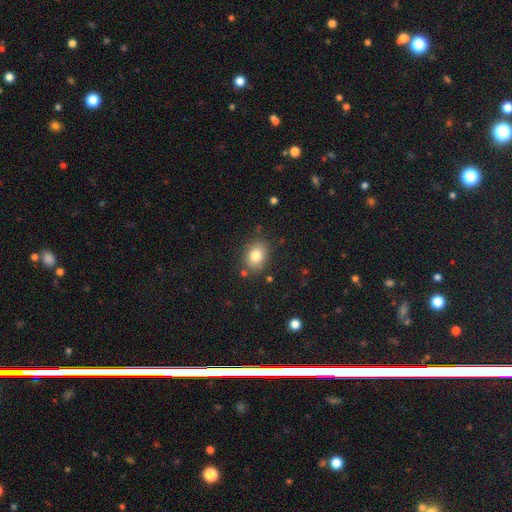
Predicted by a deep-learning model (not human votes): smooth_or_featured: smooth (p=0.80) [alt: star or artifact p=0.11]
how_rounded: in between (p=0.58) [alt: round p=0.41]
merging: none (p=0.81) [alt: minor disturbance p=0.12]